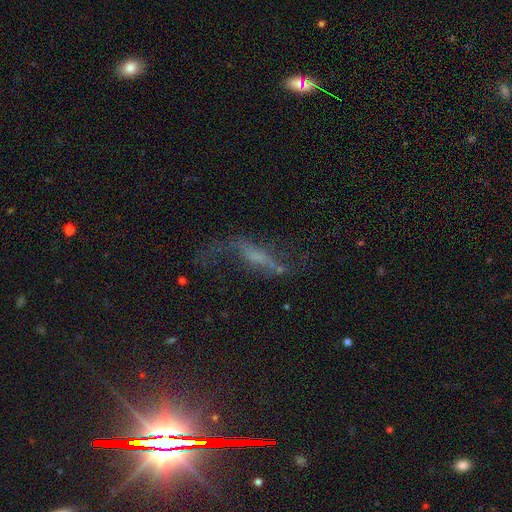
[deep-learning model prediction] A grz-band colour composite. It shows a featured or disk galaxy (62%). Merging: none (42%).